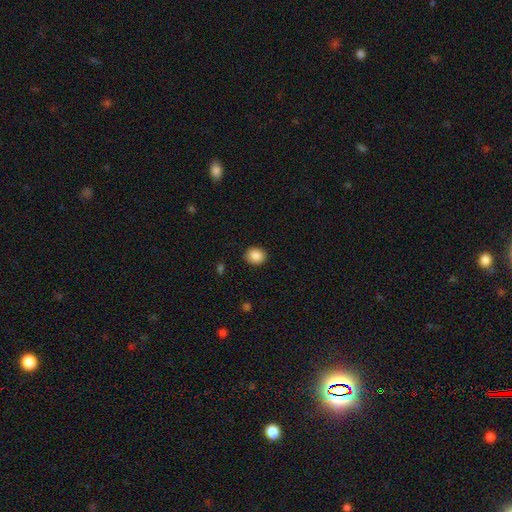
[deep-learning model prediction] Overall: smooth (88%). How rounded: round (69%; in between 30%). Merging: none (89%).